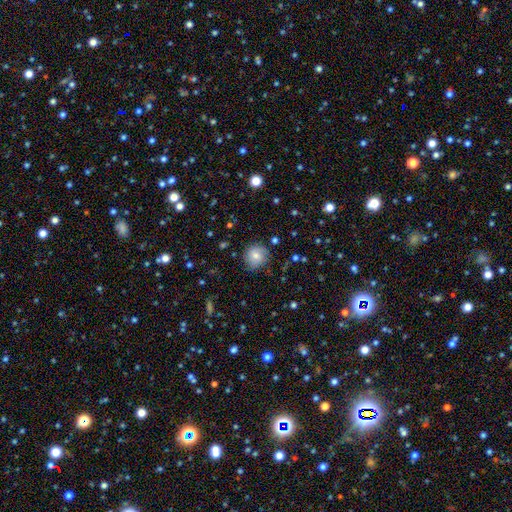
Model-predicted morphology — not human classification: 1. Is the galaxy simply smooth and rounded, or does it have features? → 67% smooth, 22% featured or disk, 11% star or artifact.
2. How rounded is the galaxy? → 89% round, 10% in between, 1% cigar-shaped.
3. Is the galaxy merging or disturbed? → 80% none, 15% minor disturbance, 4% major disturbance, 1% merger.